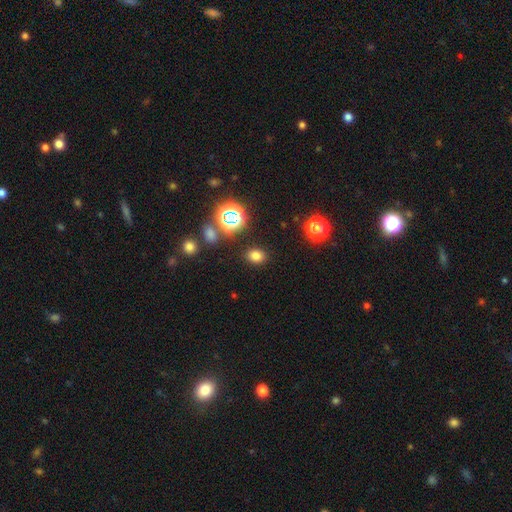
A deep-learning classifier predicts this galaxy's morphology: type=smooth (73%); roundness=in between (56%); merging=none (86%).